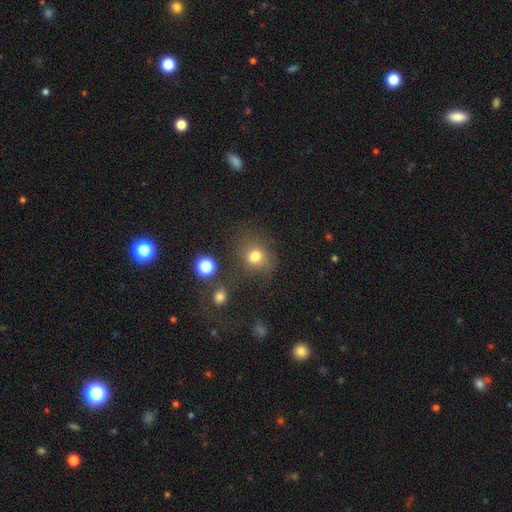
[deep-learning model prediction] Smooth or featured? Predicted: smooth (p=0.75). How rounded? Predicted: round (p=0.69). Merging? Predicted: none (p=0.60).